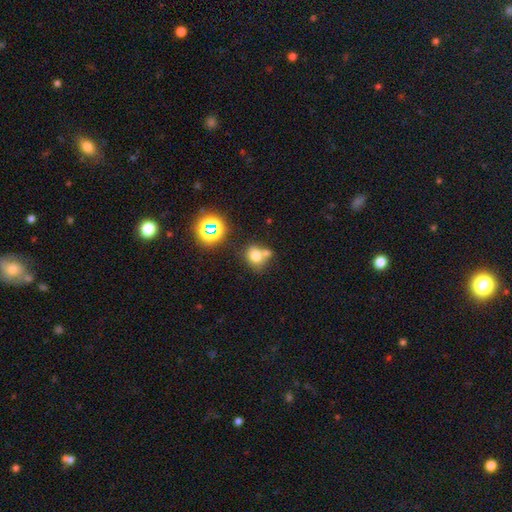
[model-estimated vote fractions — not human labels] A smooth galaxy with no disk features (72%) that is round (68%). Merging: none (49%).